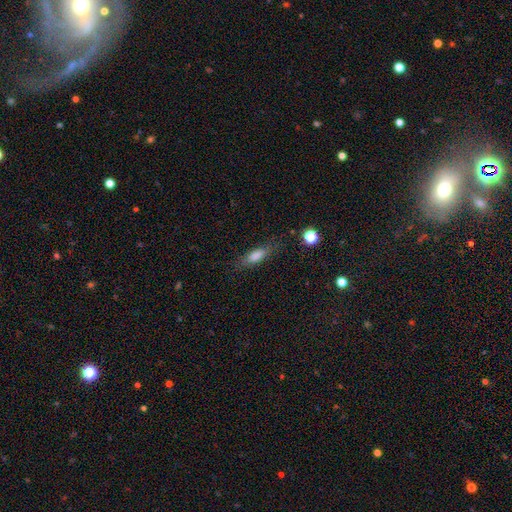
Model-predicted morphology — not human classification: smooth 72%, featured or disk 18%, star or artifact 10%. Down the decision tree: how rounded — cigar-shaped (52%); merging — none (78%).